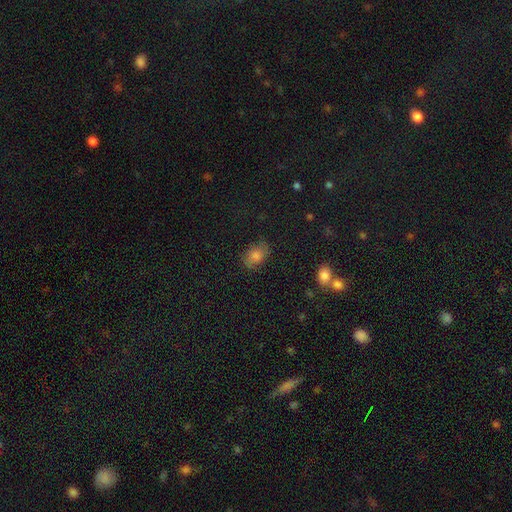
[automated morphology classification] A smooth galaxy with no disk features (69%) that is in between round and cigar-shaped (76%).

Vote fractions:
- Smooth or featured? smooth: 69% / featured or disk: 17% / star or artifact: 13%
- How rounded? in between: 76% / round: 22% / cigar-shaped: 2%
- Merging? none: 75% / minor disturbance: 18% / major disturbance: 5% / merger: 2%